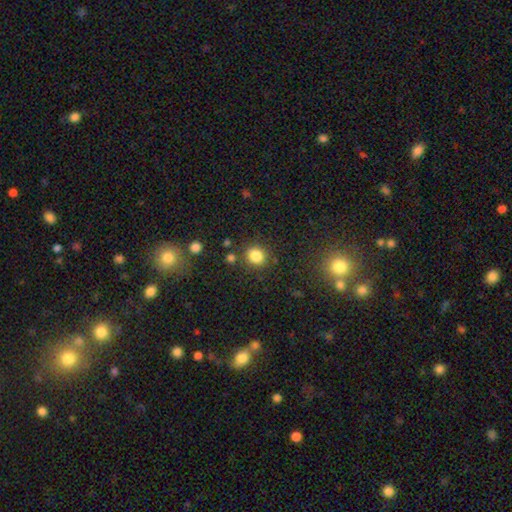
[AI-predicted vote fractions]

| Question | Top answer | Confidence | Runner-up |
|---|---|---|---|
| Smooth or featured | smooth | 83% | star or artifact (12%) |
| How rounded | round | 80% | in between (19%) |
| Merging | none | 82% | minor disturbance (9%) |